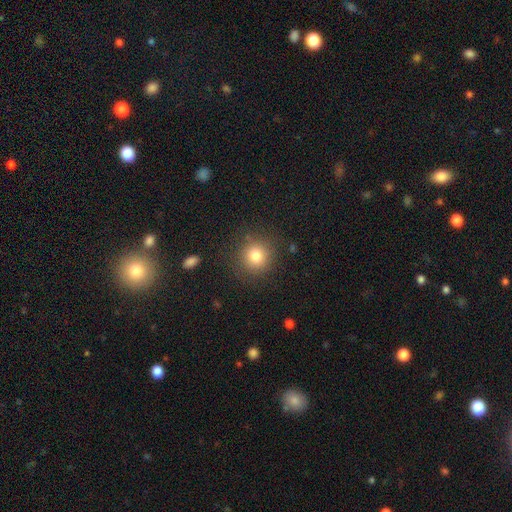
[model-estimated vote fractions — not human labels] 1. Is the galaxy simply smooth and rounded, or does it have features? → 80% smooth, 12% star or artifact, 8% featured or disk.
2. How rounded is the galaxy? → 90% round, 9% in between, 1% cigar-shaped.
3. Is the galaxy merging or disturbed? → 85% none, 9% minor disturbance, 4% major disturbance, 2% merger.